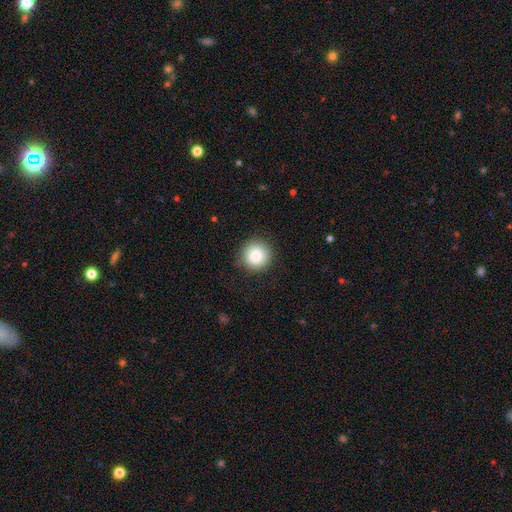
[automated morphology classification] type=smooth (83%); roundness=round (94%); merging=none (88%).